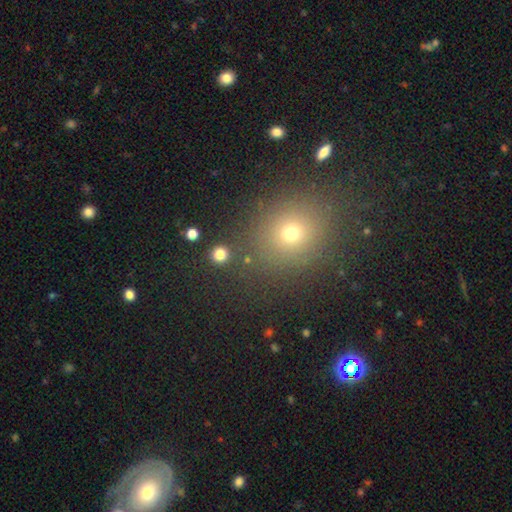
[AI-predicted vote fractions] Smooth or featured? Predicted: smooth (p=0.57). How rounded? Predicted: round (p=0.71). Merging? Predicted: none (p=0.86).